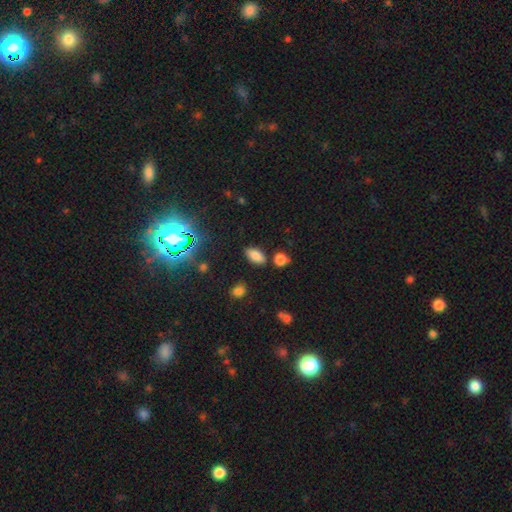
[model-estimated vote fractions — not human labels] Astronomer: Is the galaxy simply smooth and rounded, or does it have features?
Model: smooth — 78%.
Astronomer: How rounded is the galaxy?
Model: in between — 85%.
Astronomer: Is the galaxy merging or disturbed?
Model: none — 81%.